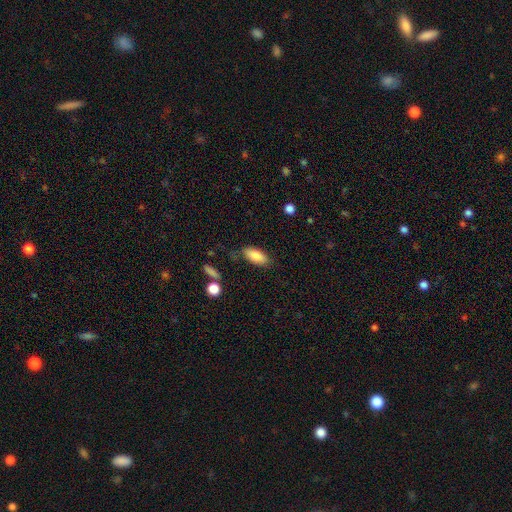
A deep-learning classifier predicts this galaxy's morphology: Q: Smooth or featured?
A: smooth (83%); runner-up: featured or disk (10%)
Q: How rounded?
A: in between (86%); runner-up: cigar-shaped (11%)
Q: Merging?
A: none (78%); runner-up: minor disturbance (15%)